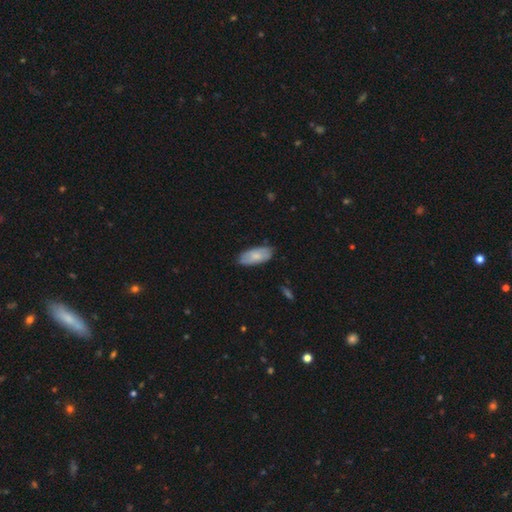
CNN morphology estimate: Smooth or featured?
  - smooth: 70% *
  - featured or disk: 25%
  - star or artifact: 6%
How rounded?
  - in between: 90% *
  - cigar-shaped: 8%
  - round: 2%
Merging?
  - none: 76% *
  - minor disturbance: 19%
  - major disturbance: 3%
  - merger: 1%